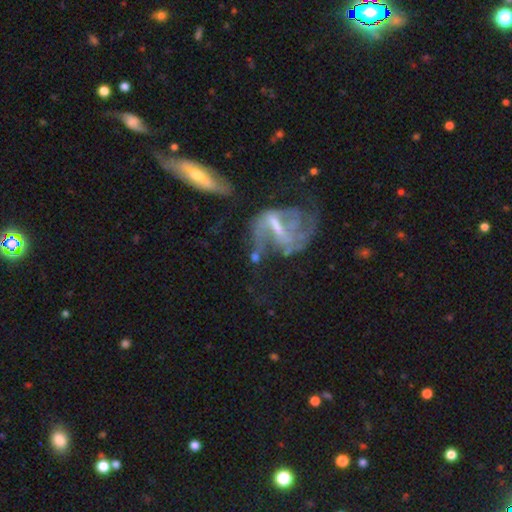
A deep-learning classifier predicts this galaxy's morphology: type=featured or disk (72%); edge-on=no (95%); bar=weak (40%); spiral arms=yes (74%); winding=medium (41%); arm count=2 (58%); bulge=moderate (31%, tied with none); merging=none (34%).